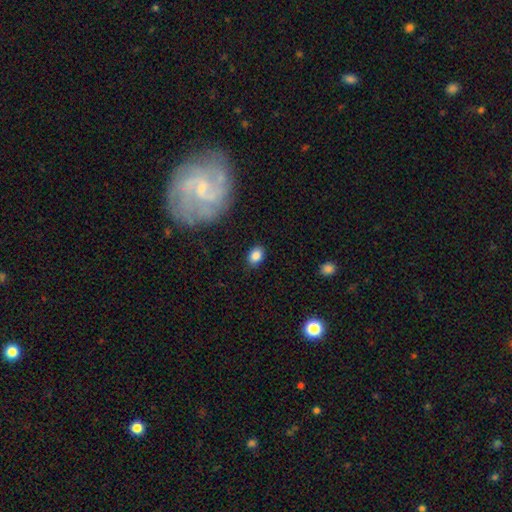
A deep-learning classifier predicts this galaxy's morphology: smooth 85%, star or artifact 9%, featured or disk 6%. Down the decision tree: how rounded — in between (74%); merging — none (86%).